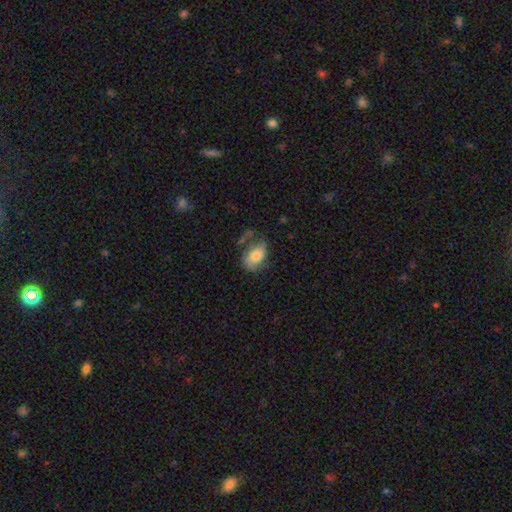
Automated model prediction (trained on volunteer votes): The model was most divided on "merging": none: 46%, minor disturbance: 29%, major disturbance: 18%, merger: 6%. More confident: how rounded — in between (83%); smooth or featured — smooth (57%).